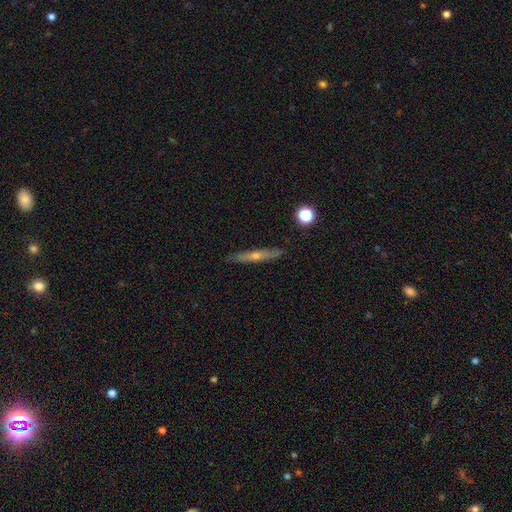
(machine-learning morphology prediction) Smooth or featured? featured or disk (57%)
Edge-on disk? yes (92%)
Edge-on bulge? rounded (76%)
Merging? none (88%)